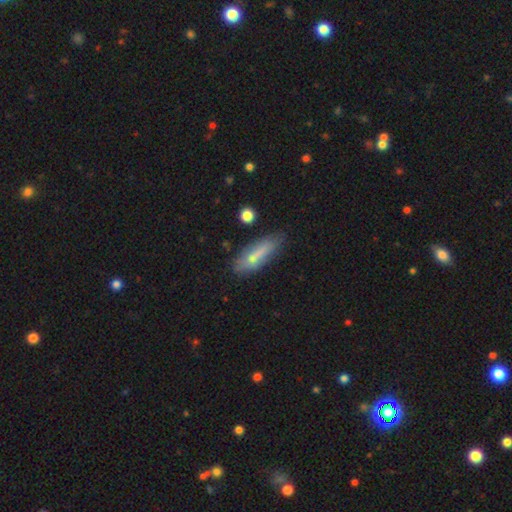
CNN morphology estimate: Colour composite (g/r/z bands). It shows a smooth galaxy with no disk features (67%) that is cigar-shaped (54%). Merging: none (63%).